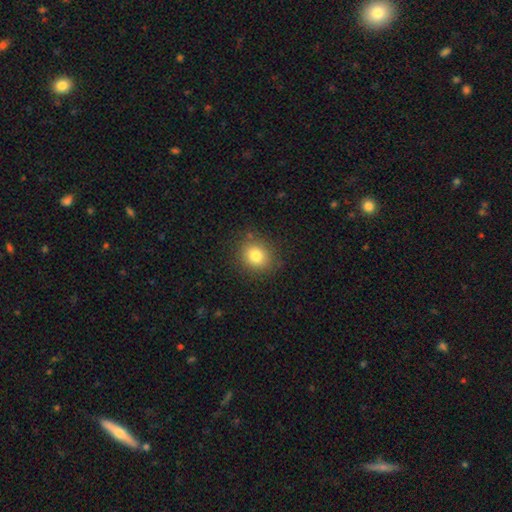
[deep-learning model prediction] Overall: smooth (81%). How rounded: round (74%). Merging: none (85%).